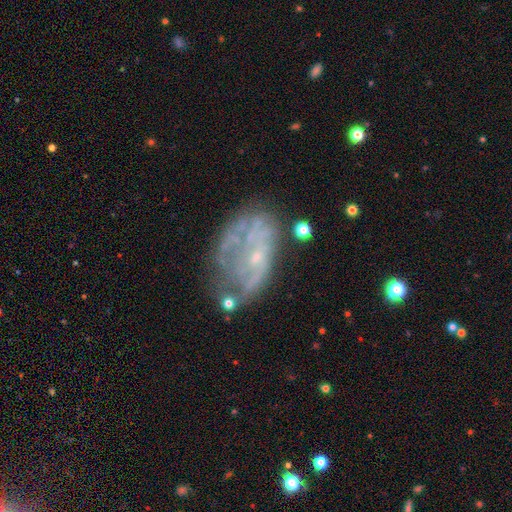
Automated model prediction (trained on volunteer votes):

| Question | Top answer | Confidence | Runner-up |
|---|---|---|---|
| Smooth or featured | featured or disk | 67% | smooth (21%) |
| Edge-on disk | no | 96% | yes (4%) |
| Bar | no | 80% | weak (16%) |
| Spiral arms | no | 57% | yes (43%) |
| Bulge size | small | 69% | none (20%) |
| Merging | none | 44% | minor disturbance (26%) |